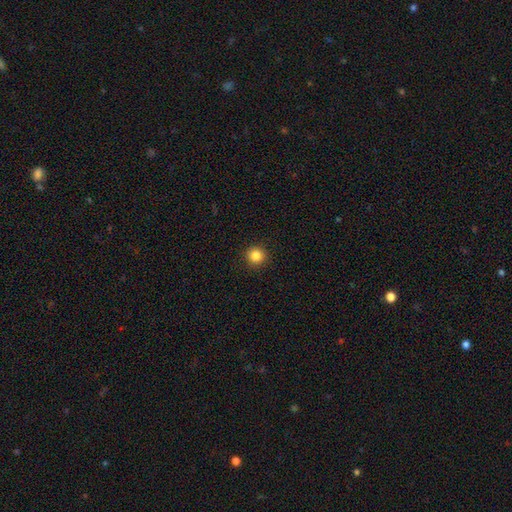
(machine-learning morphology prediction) smooth 85%, star or artifact 11%, featured or disk 4%. Down the decision tree: how rounded — round (95%); merging — none (93%).